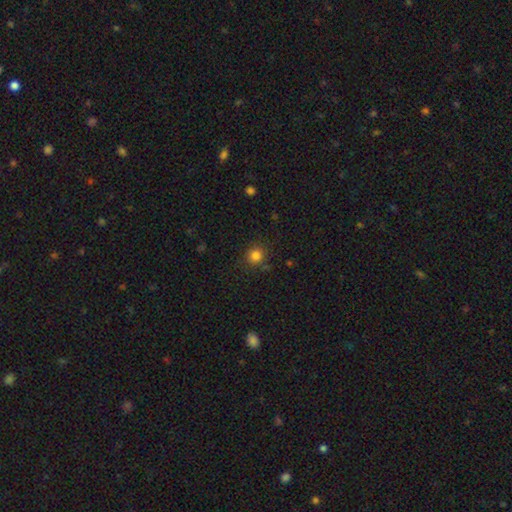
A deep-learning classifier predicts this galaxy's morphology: smooth-or-featured: smooth: 82% | star or artifact: 13% | featured or disk: 5%
  how-rounded: round: 88% | in between: 11% | cigar-shaped: 1%
  merging: none: 83% | minor disturbance: 11% | major disturbance: 4% | merger: 2%